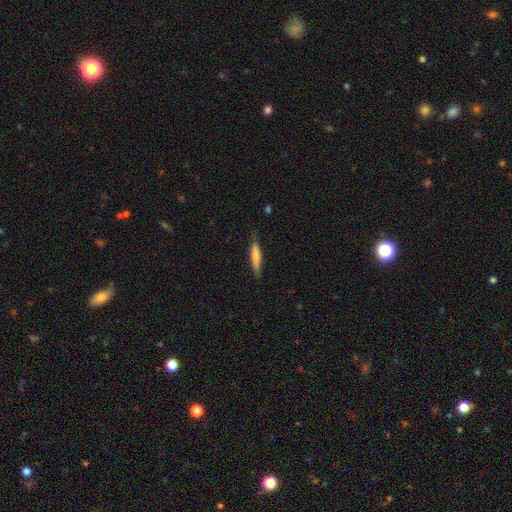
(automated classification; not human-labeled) A smooth galaxy with no disk features (76%) that is cigar-shaped (85%). Merging: none (78%).